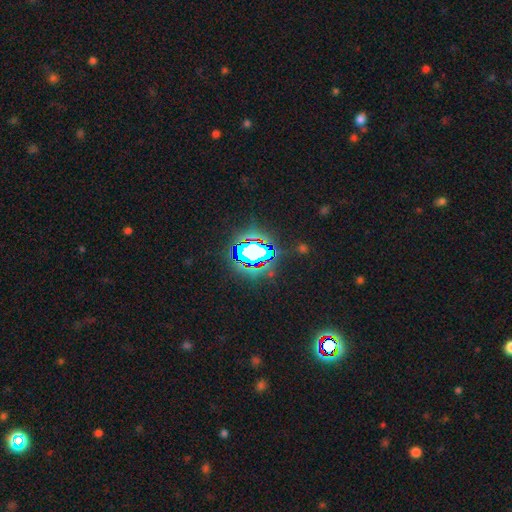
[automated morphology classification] Q: Smooth or featured?
A: star or artifact (74%); runner-up: smooth (15%)